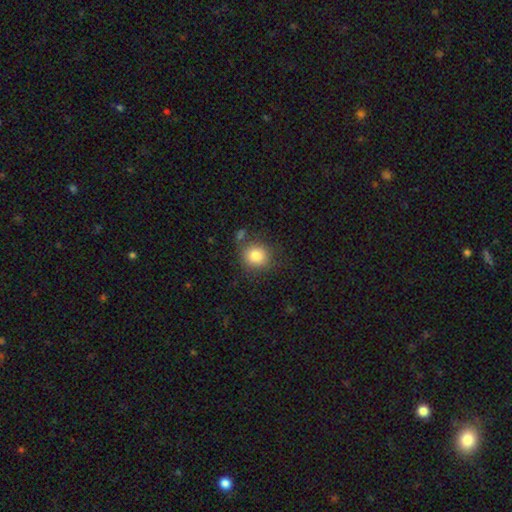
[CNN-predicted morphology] Smooth or featured: smooth — 83% (star or artifact — 9%)
How rounded: round — 84% (in between — 15%)
Merging: none — 72% (minor disturbance — 16%)